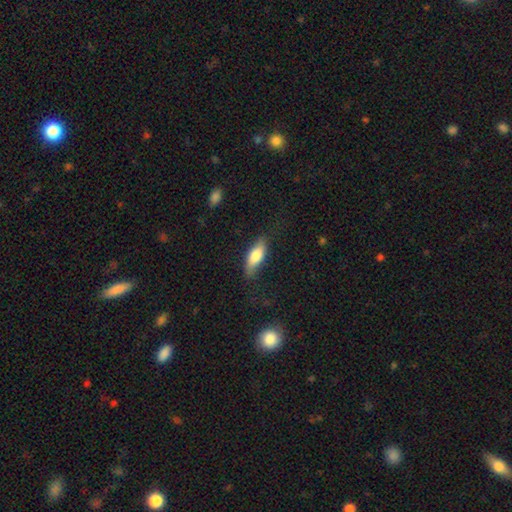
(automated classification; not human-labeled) A smooth galaxy with no disk features (73%) that is in between round and cigar-shaped (66%). Merging: none (74%).